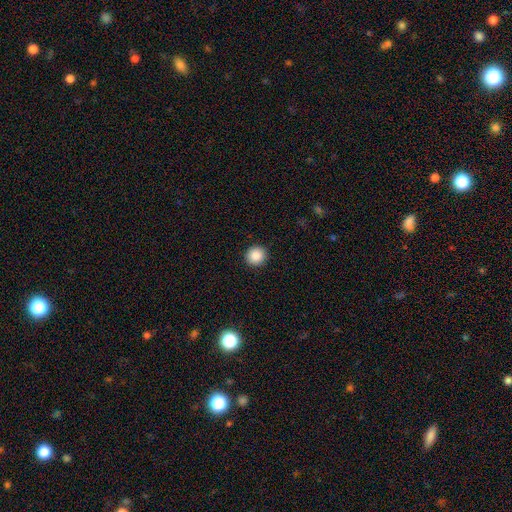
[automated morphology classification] smooth 88%, star or artifact 9%, featured or disk 3%. Down the decision tree: how rounded — round (93%); merging — none (92%).